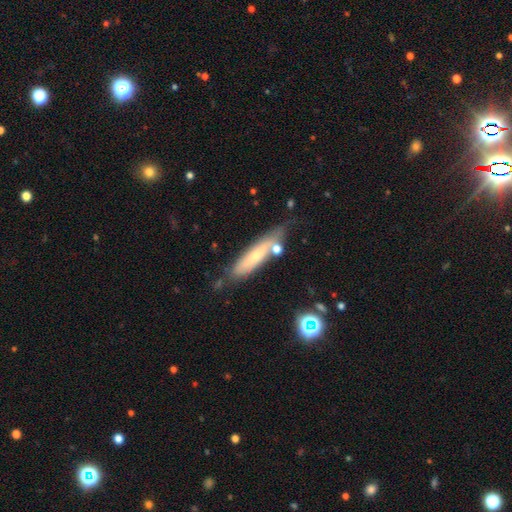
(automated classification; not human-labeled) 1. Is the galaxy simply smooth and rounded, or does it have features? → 54% smooth, 38% featured or disk, 8% star or artifact.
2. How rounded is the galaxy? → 77% cigar-shaped, 21% in between, 2% round.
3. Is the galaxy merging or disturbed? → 61% none, 22% minor disturbance, 11% merger, 6% major disturbance.